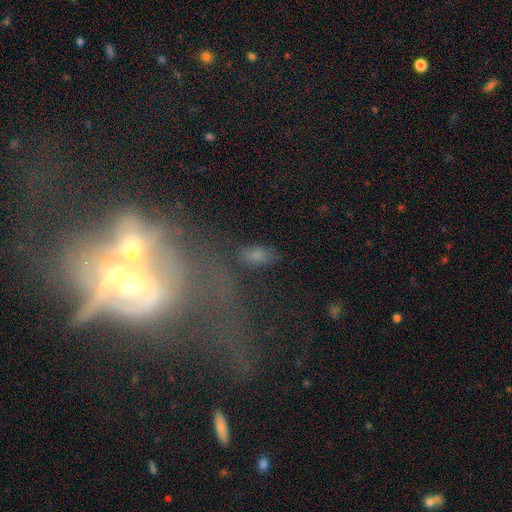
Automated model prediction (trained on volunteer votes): A smooth galaxy with no disk features (61%) that is in between round and cigar-shaped (87%).

Vote fractions:
- Smooth or featured? smooth: 61% / star or artifact: 22% / featured or disk: 17%
- How rounded? in between: 87% / round: 7% / cigar-shaped: 6%
- Merging? none: 71% / minor disturbance: 16% / major disturbance: 8% / merger: 6%